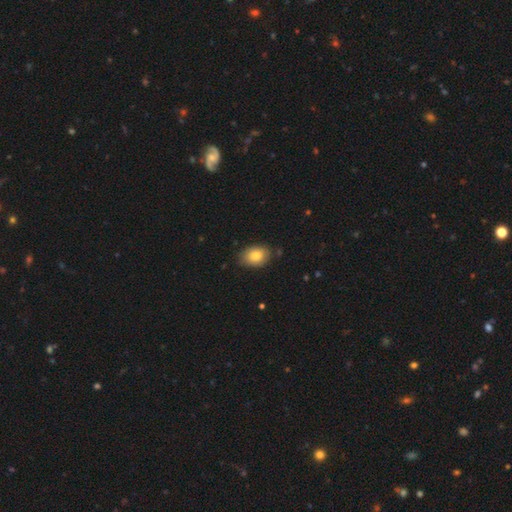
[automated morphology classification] smooth_or_featured: smooth (p=0.83) [alt: featured or disk p=0.10]
how_rounded: in between (p=0.82) [alt: round p=0.17]
merging: none (p=0.78) [alt: minor disturbance p=0.18]